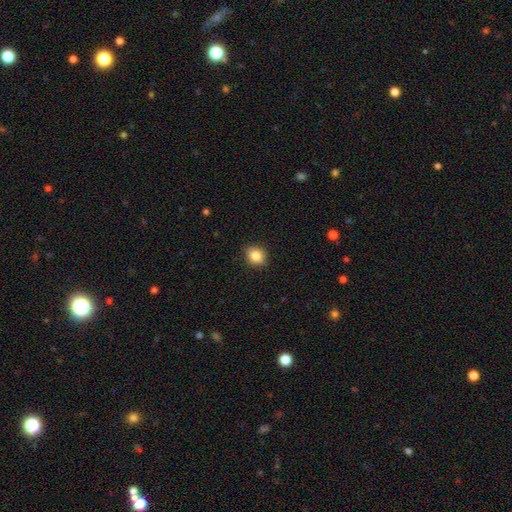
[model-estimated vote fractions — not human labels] smooth_or_featured: smooth (p=0.84) [alt: star or artifact p=0.10]
how_rounded: round (p=0.66) [alt: in between p=0.33]
merging: none (p=0.87) [alt: minor disturbance p=0.10]